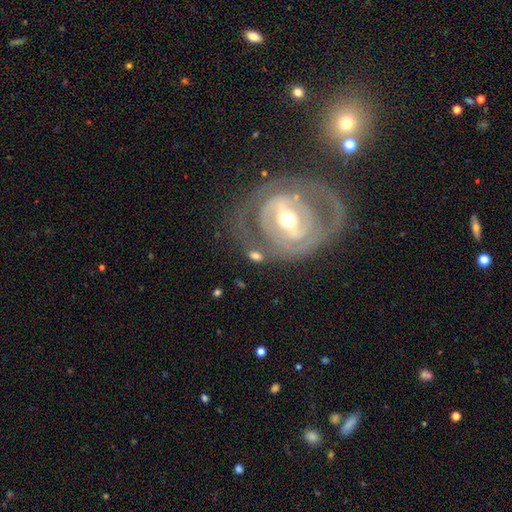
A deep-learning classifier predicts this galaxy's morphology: featured or disk 62%, smooth 31%, star or artifact 7%. Down the decision tree: edge-on disk — no (92%); bar — strong (40%); spiral arms — yes (65%); bulge size — moderate (73%); merging — none (59%).